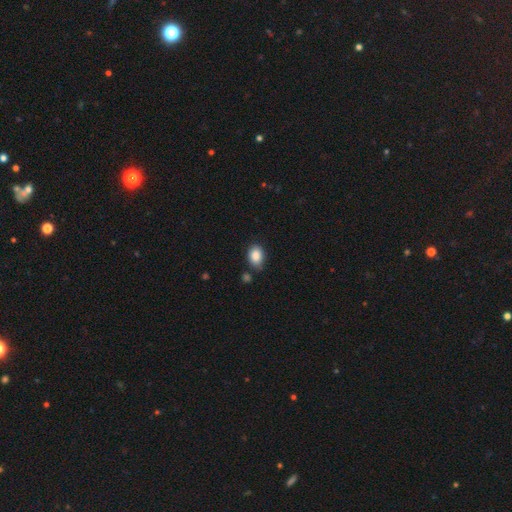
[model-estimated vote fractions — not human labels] Q: Smooth or featured?
A: smooth (88%); runner-up: star or artifact (8%)
Q: How rounded?
A: in between (77%); runner-up: round (22%)
Q: Merging?
A: none (76%); runner-up: minor disturbance (16%)